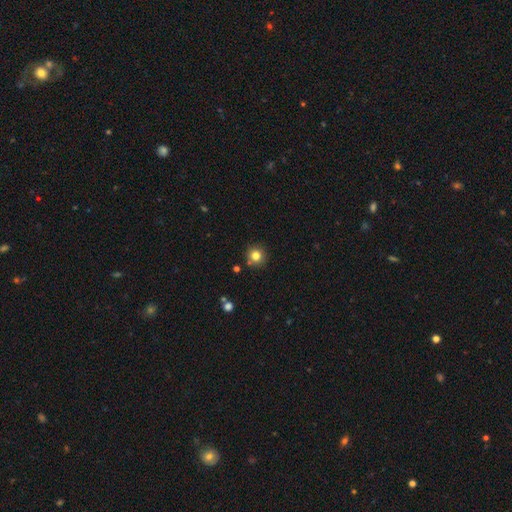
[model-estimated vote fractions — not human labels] A smooth galaxy with no disk features (80%) that is round (94%). Merging: none (87%).